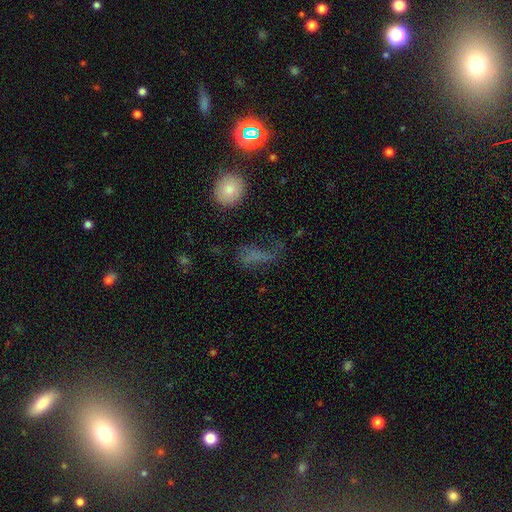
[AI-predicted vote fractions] This appears to be a smooth galaxy with no disk features (55%) that is in between round and cigar-shaped (65%). Merging: major disturbance (39%).